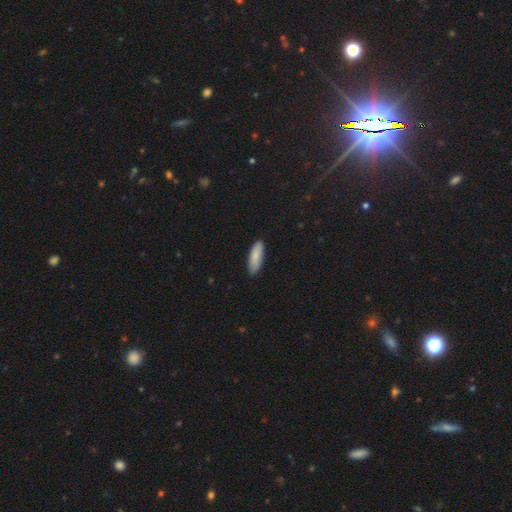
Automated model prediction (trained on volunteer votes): Q: Smooth or featured?
A: smooth (84%); runner-up: featured or disk (10%)
Q: How rounded?
A: in between (54%); runner-up: cigar-shaped (45%)
Q: Merging?
A: none (86%); runner-up: minor disturbance (11%)